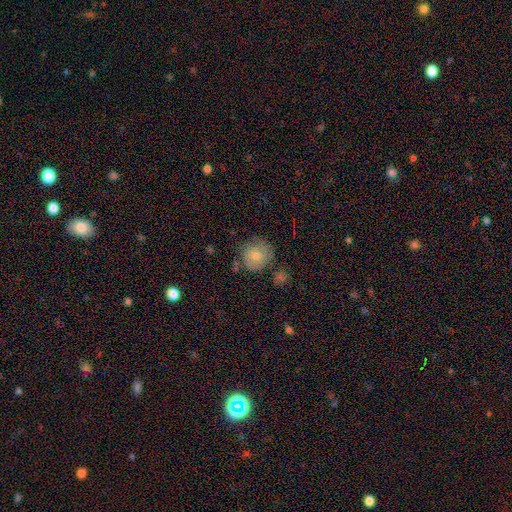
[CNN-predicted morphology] Smooth or featured?
  - smooth: 72% *
  - featured or disk: 19%
  - star or artifact: 9%
How rounded?
  - round: 88% *
  - in between: 11%
  - cigar-shaped: 1%
Merging?
  - none: 70% *
  - minor disturbance: 19%
  - major disturbance: 6%
  - merger: 6%